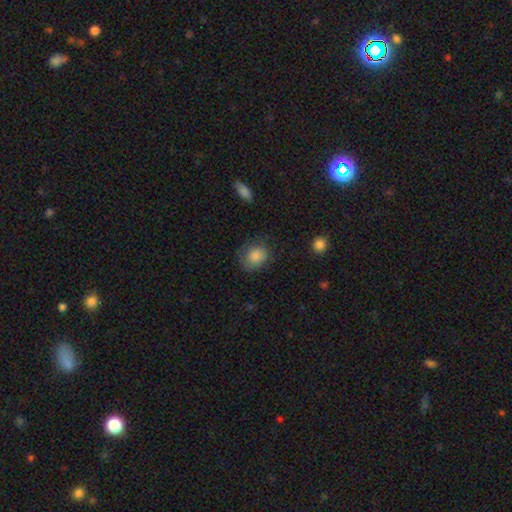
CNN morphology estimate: A smooth galaxy with no disk features (82%) that is round (54%).

Vote fractions:
- Smooth or featured? smooth: 82% / featured or disk: 10% / star or artifact: 8%
- How rounded? round: 54% / in between: 45% / cigar-shaped: 1%
- Merging? none: 65% / minor disturbance: 24% / major disturbance: 9% / merger: 1%